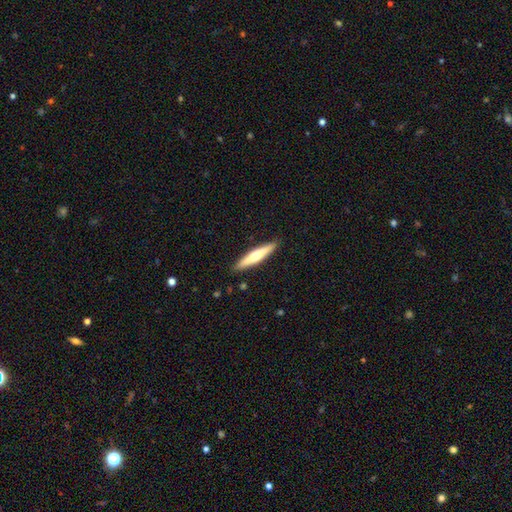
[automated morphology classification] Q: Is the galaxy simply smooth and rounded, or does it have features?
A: featured or disk — 48%.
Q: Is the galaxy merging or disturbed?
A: none — 90%.